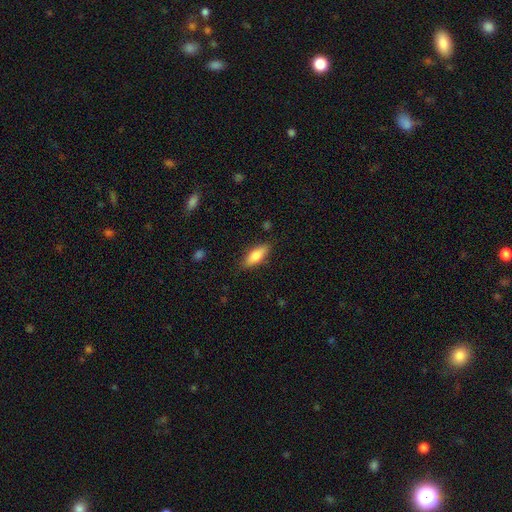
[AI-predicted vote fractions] This appears to be a smooth galaxy with no disk features (74%) that is in between round and cigar-shaped (67%). Merging: none (85%).